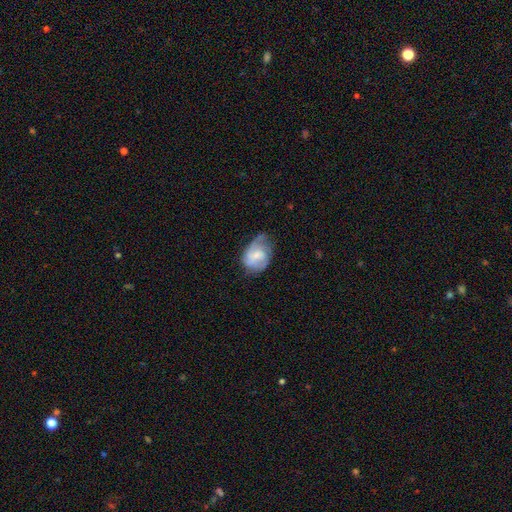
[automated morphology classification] smooth-or-featured: smooth: 47% | featured or disk: 46% | star or artifact: 7%
  merging: none: 41% | minor disturbance: 39% | major disturbance: 19% | merger: 2%